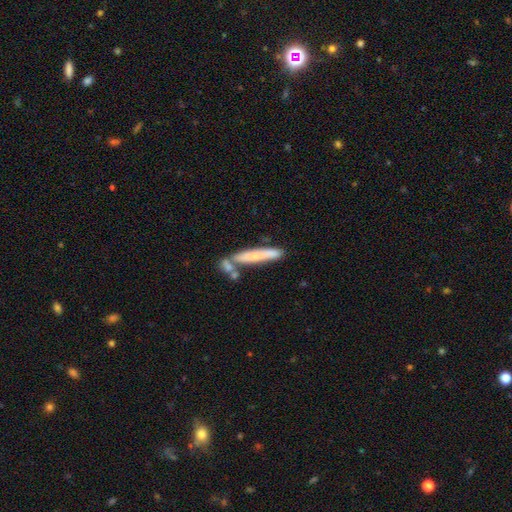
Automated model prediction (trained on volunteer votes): The model was most divided on "smooth or featured": smooth: 54%, featured or disk: 39%, star or artifact: 7%. More confident: how rounded — cigar-shaped (90%); merging — none (57%).